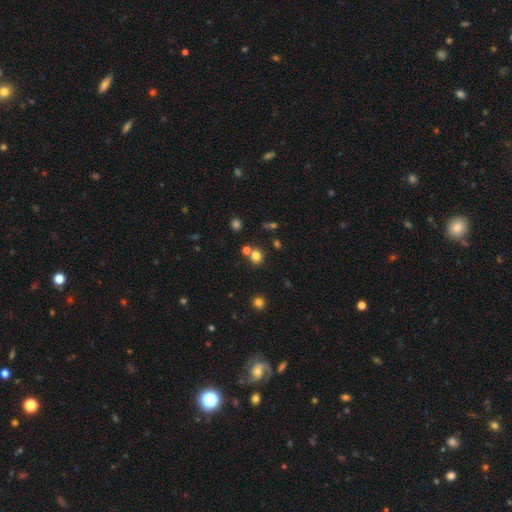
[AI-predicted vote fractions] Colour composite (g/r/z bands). It shows a smooth galaxy with no disk features (77%) that is round (82%). Merging: none (68%).